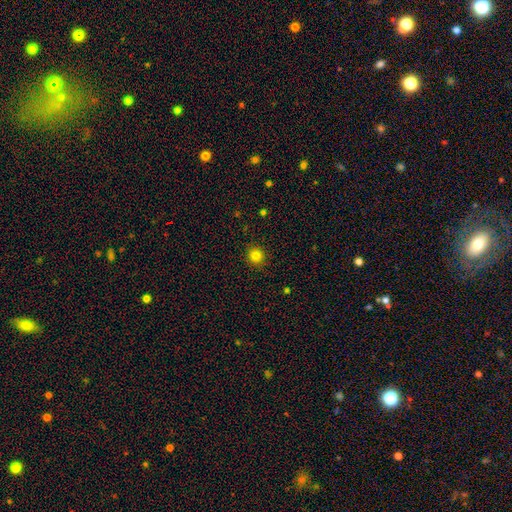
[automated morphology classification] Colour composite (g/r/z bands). It shows a smooth galaxy with no disk features (82%) that is round (92%). Merging: none (91%).